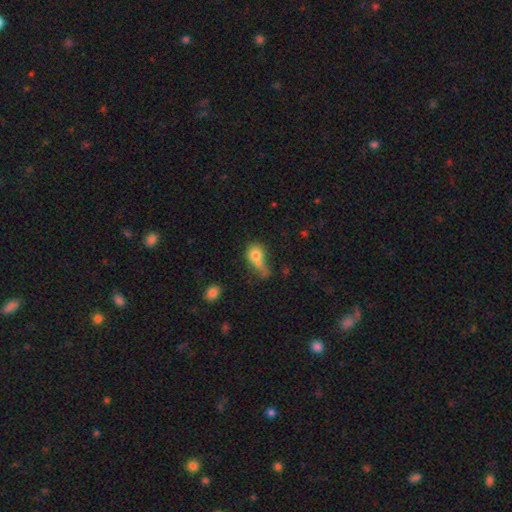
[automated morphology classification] A smooth galaxy with no disk features (73%) that is round (55%). Merging: merger (49%).